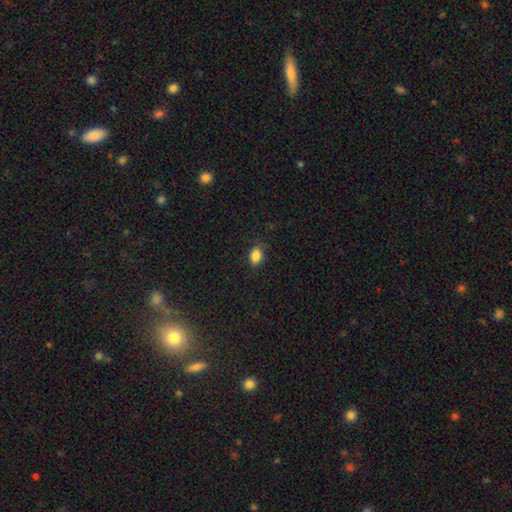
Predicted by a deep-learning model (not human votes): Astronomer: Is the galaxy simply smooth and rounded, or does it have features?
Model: smooth — 86%.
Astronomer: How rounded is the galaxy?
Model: in between — 79%.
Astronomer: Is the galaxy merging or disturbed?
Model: none — 84%.